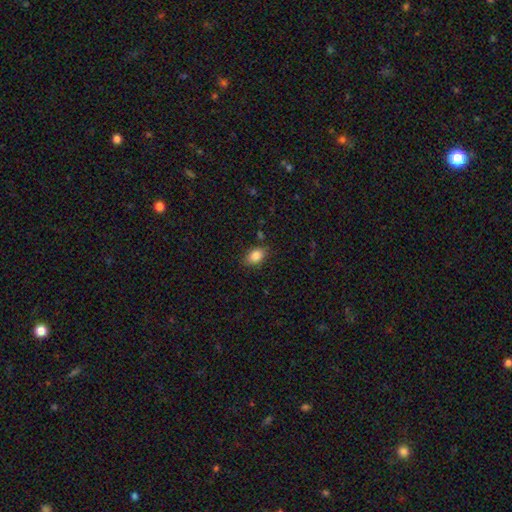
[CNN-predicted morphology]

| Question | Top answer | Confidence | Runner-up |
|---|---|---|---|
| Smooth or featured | smooth | 85% | star or artifact (9%) |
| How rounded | in between | 84% | round (14%) |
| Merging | none | 83% | minor disturbance (12%) |